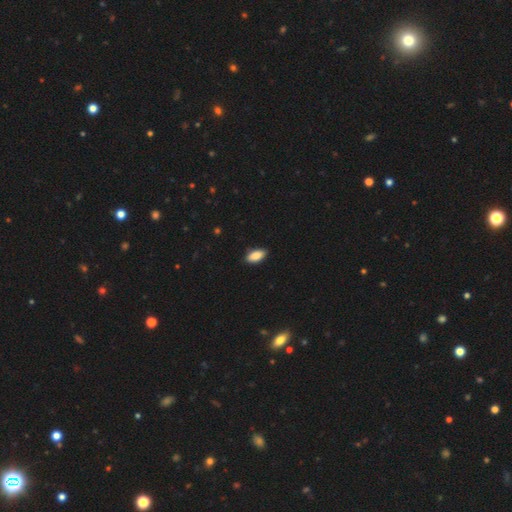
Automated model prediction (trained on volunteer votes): This is clearly a smooth galaxy (87%). How rounded: clearly in between (91%). Merging: clearly none (87%).